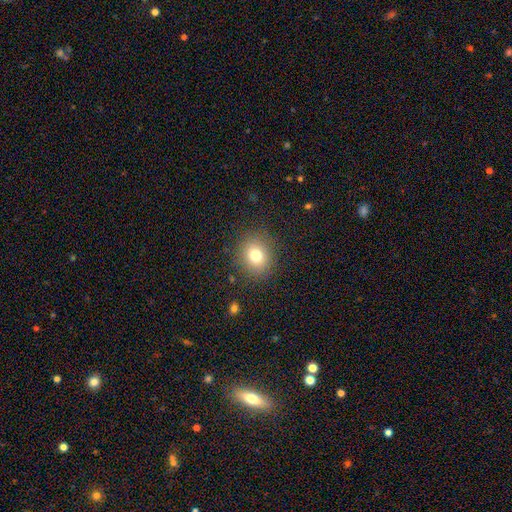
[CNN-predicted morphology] Smooth or featured? Predicted: smooth (p=0.76). How rounded? Predicted: round (p=0.75). Merging? Predicted: none (p=0.87).